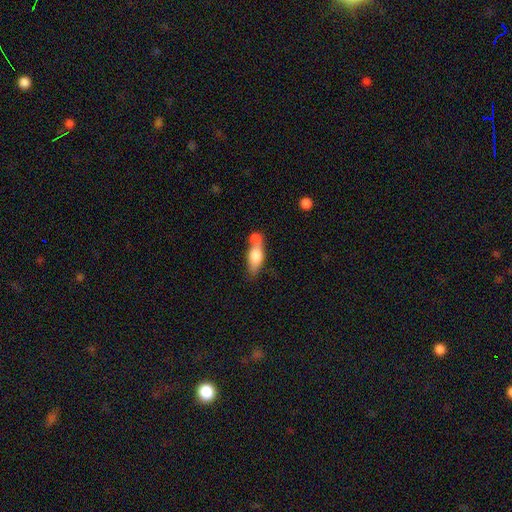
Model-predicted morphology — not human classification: smooth 72%, featured or disk 21%, star or artifact 7%. Down the decision tree: how rounded — in between (72%); merging — merger (55%).